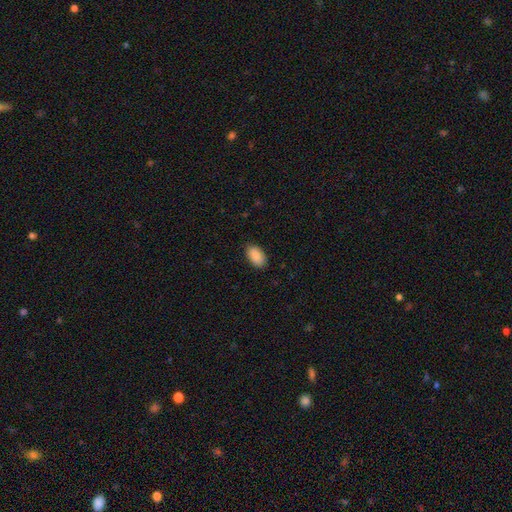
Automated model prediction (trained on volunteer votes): This appears to be a smooth galaxy with no disk features (89%) that is in between round and cigar-shaped (94%). Merging: none (86%).